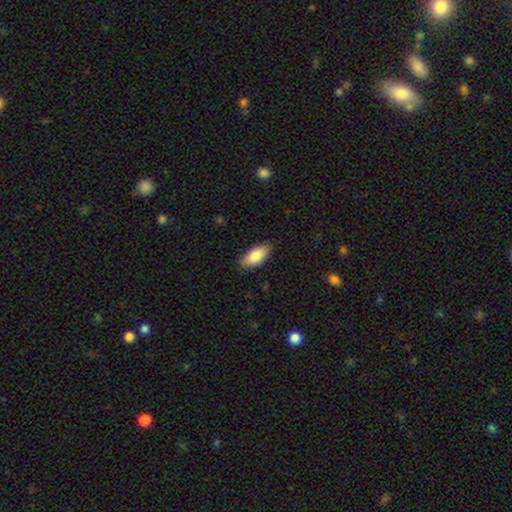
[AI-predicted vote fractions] smooth 84%, featured or disk 10%, star or artifact 6%. Down the decision tree: how rounded — in between (91%); merging — none (84%).